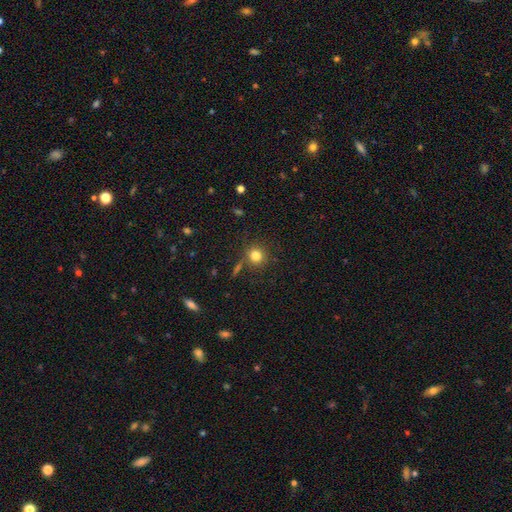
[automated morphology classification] smooth 80%, star or artifact 13%, featured or disk 7%. Down the decision tree: how rounded — round (90%); merging — none (81%).